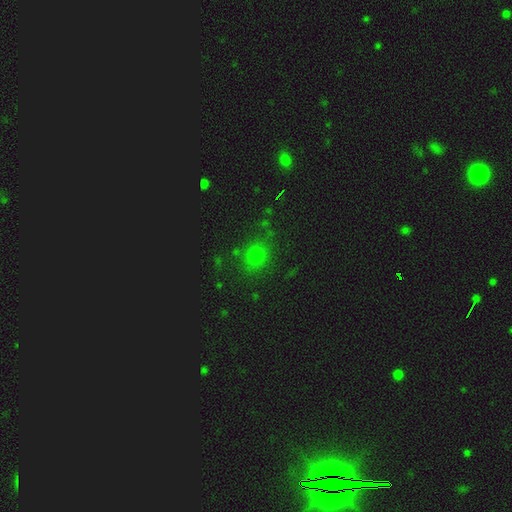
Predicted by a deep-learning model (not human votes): Smooth or featured: smooth — 73% (star or artifact — 20%)
How rounded: round — 82% (in between — 17%)
Merging: none — 80% (minor disturbance — 12%)